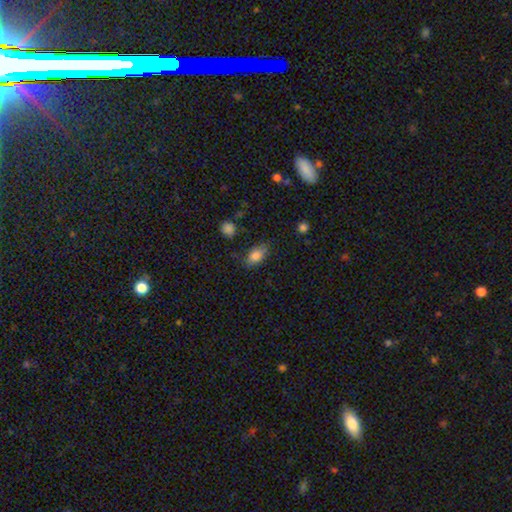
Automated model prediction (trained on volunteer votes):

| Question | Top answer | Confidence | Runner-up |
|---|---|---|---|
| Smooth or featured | smooth | 81% | featured or disk (10%) |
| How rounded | in between | 88% | round (7%) |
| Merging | none | 79% | minor disturbance (16%) |